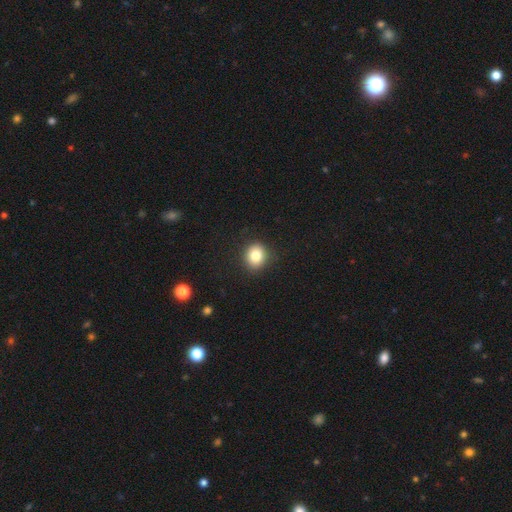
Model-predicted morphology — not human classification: Overall: smooth (81%). How rounded: round (67%; in between 32%). Merging: none (88%).